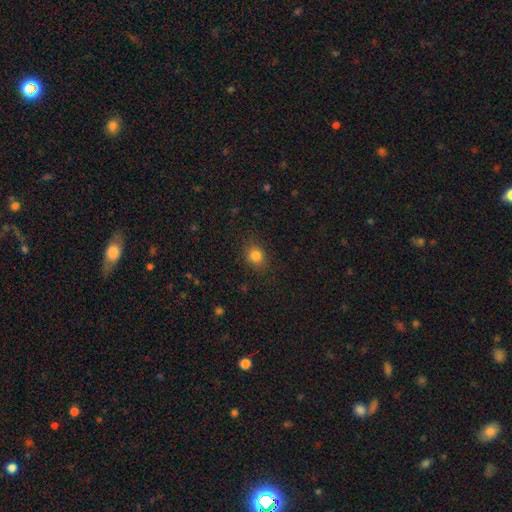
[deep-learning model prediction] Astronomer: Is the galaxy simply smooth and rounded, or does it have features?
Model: smooth — 83%.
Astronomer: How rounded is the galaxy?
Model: round — 73%.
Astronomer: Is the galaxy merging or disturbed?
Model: none — 86%.